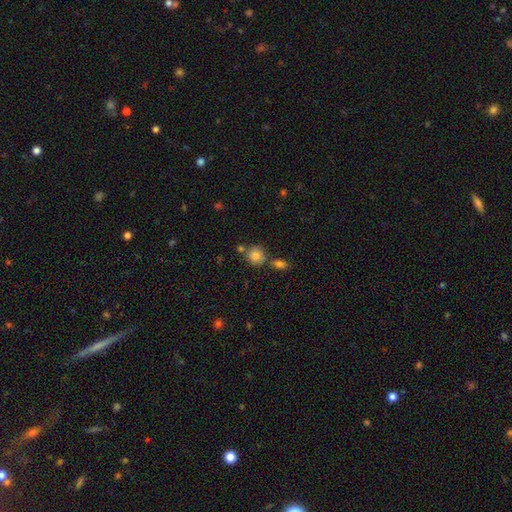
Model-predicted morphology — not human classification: Overall: smooth (82%). How rounded: round (86%). Merging: none (68%).